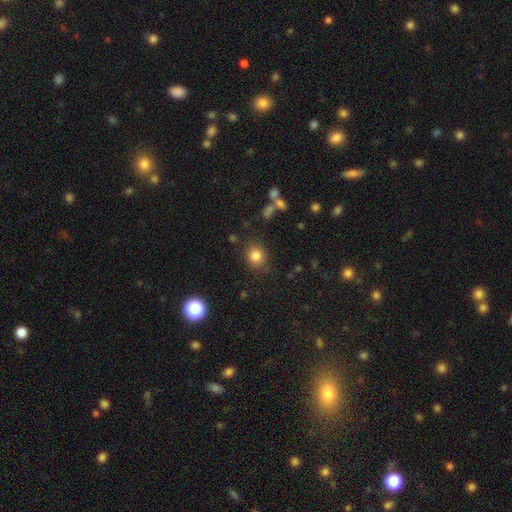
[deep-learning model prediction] smooth-or-featured: smooth: 83% | star or artifact: 11% | featured or disk: 6%
  how-rounded: round: 79% | in between: 20% | cigar-shaped: 1%
  merging: none: 82% | minor disturbance: 12% | major disturbance: 4% | merger: 3%